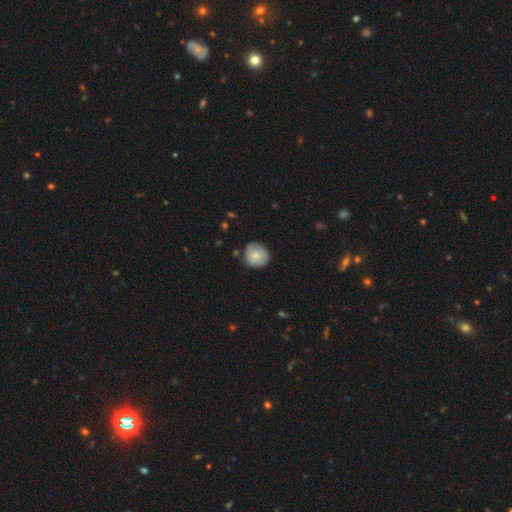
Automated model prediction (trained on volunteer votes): Smooth or featured: smooth — 72% (featured or disk — 21%)
How rounded: round — 89% (in between — 10%)
Merging: none — 78% (minor disturbance — 17%)